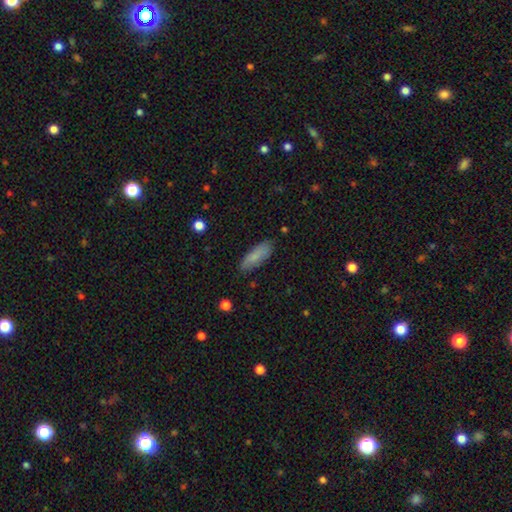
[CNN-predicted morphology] smooth 82%, featured or disk 11%, star or artifact 7%. Down the decision tree: how rounded — in between (57%); merging — none (84%).